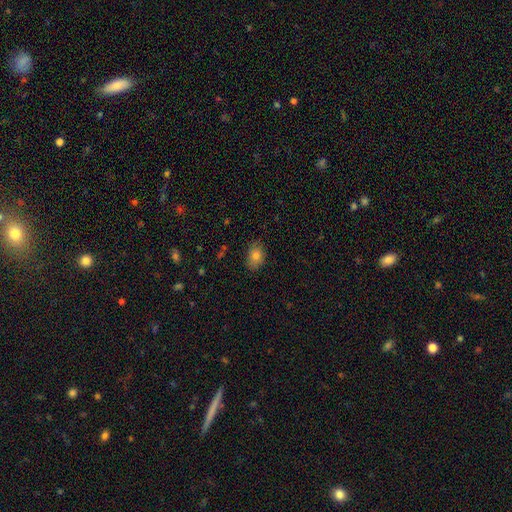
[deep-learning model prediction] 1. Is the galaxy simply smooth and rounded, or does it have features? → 81% smooth, 10% featured or disk, 10% star or artifact.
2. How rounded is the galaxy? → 78% in between, 20% round, 1% cigar-shaped.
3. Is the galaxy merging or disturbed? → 81% none, 15% minor disturbance, 3% major disturbance, 1% merger.